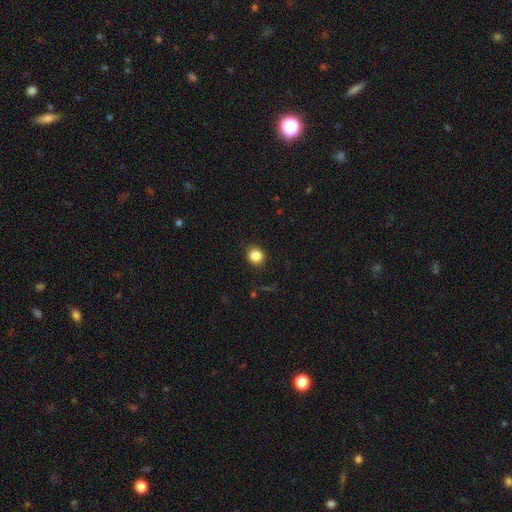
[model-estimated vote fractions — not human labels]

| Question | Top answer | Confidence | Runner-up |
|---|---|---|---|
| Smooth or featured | smooth | 85% | star or artifact (11%) |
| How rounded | round | 87% | in between (12%) |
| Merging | none | 90% | minor disturbance (7%) |